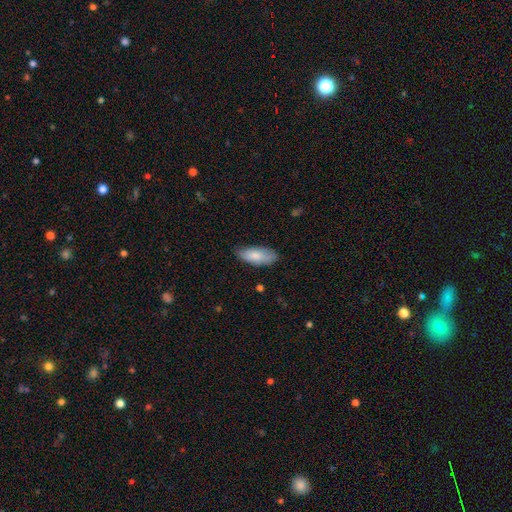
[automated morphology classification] A smooth galaxy with no disk features (78%) that is in between round and cigar-shaped (84%). Merging: none (71%).